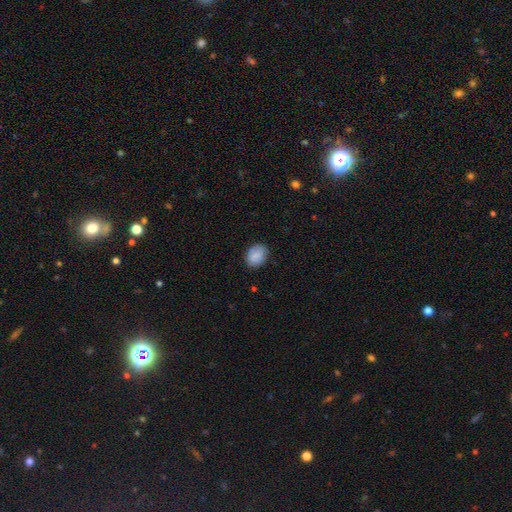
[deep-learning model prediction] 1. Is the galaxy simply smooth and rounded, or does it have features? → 86% smooth, 8% star or artifact, 7% featured or disk.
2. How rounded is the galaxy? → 64% in between, 35% round, 1% cigar-shaped.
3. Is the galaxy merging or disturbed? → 79% none, 17% minor disturbance, 3% major disturbance, 1% merger.